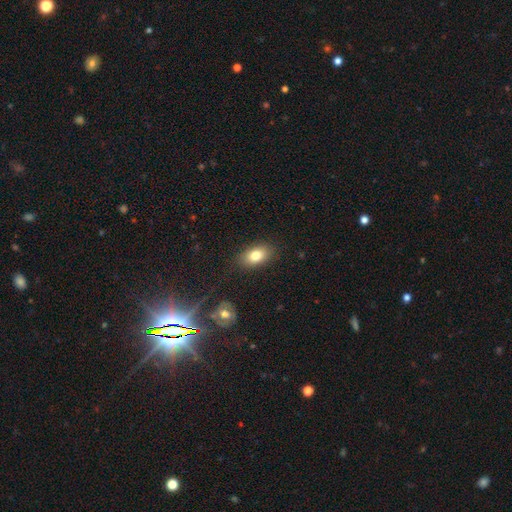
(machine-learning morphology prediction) smooth 79%, featured or disk 12%, star or artifact 9%. Down the decision tree: how rounded — in between (87%); merging — none (85%).